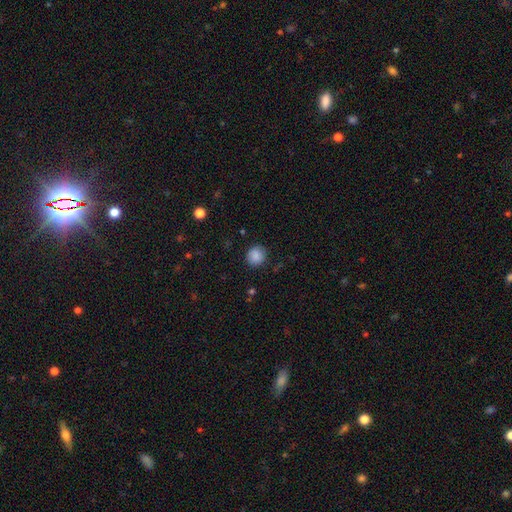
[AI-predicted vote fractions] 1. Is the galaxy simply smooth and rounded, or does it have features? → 87% smooth, 9% star or artifact, 4% featured or disk.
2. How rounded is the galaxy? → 84% round, 15% in between, 1% cigar-shaped.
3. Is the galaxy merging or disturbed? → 87% none, 9% minor disturbance, 3% major disturbance, 1% merger.